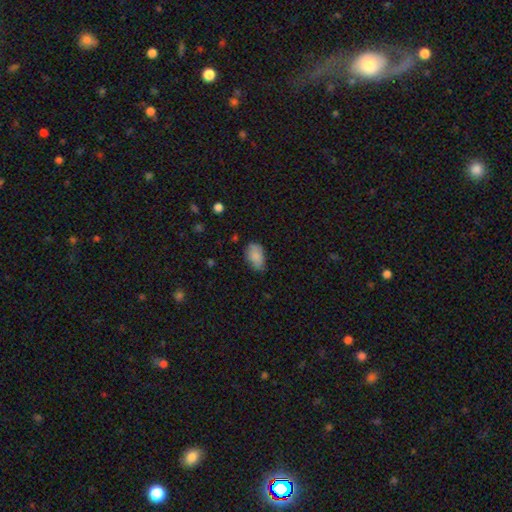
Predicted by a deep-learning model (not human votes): The model was most divided on "merging": none: 63%, minor disturbance: 29%, major disturbance: 6%, merger: 2%. More confident: how rounded — in between (90%); smooth or featured — smooth (84%).